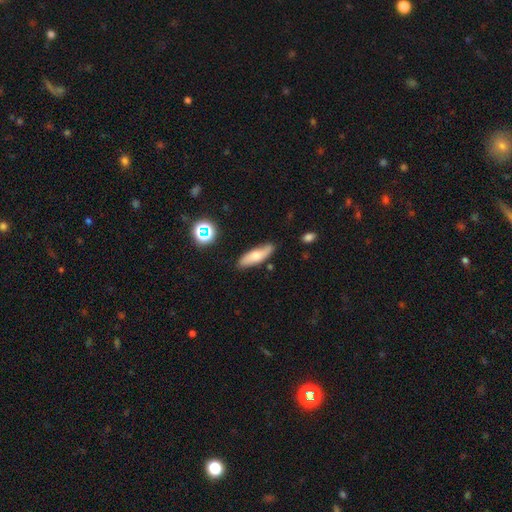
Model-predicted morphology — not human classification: Overall: smooth (61%; featured or disk 31%). How rounded: cigar-shaped (51%; in between 47%). Merging: none (78%).